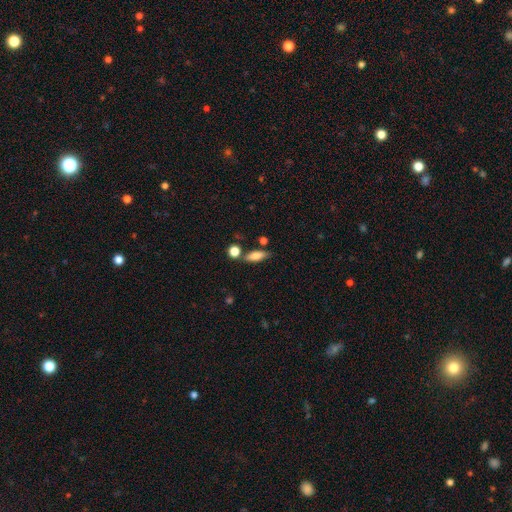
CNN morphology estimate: smooth 77%, featured or disk 15%, star or artifact 8%. Down the decision tree: how rounded — in between (66%); merging — none (70%).